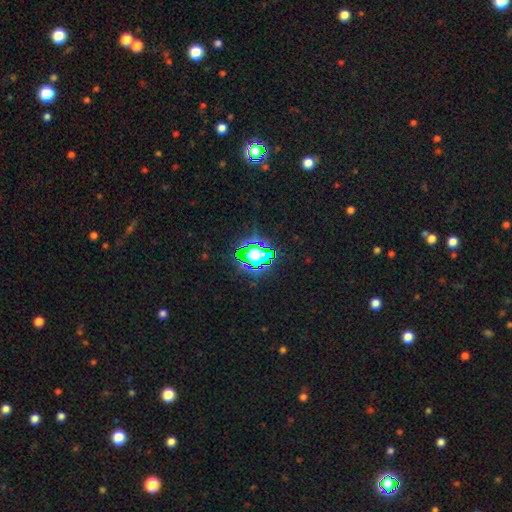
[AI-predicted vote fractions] A star or artifact, not a galaxy (61%).